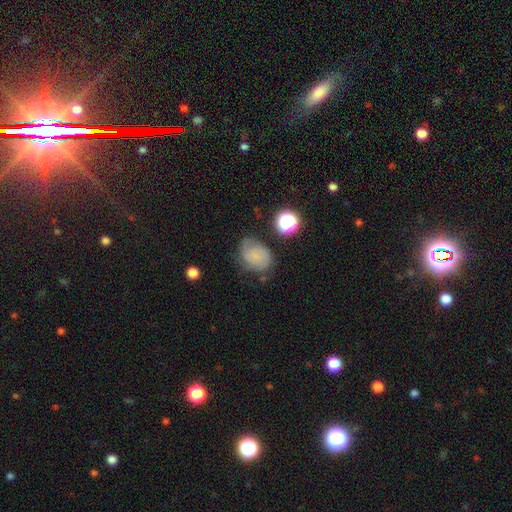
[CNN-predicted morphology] The model was most divided on "smooth or featured": smooth: 47%, featured or disk: 40%, star or artifact: 13%. More confident: merging — none (59%).